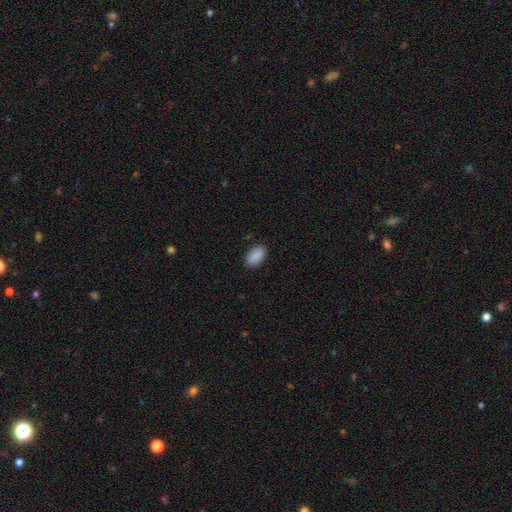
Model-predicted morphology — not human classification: Smooth or featured: smooth — 90% (star or artifact — 7%)
How rounded: in between — 93% (round — 5%)
Merging: none — 88% (minor disturbance — 9%)